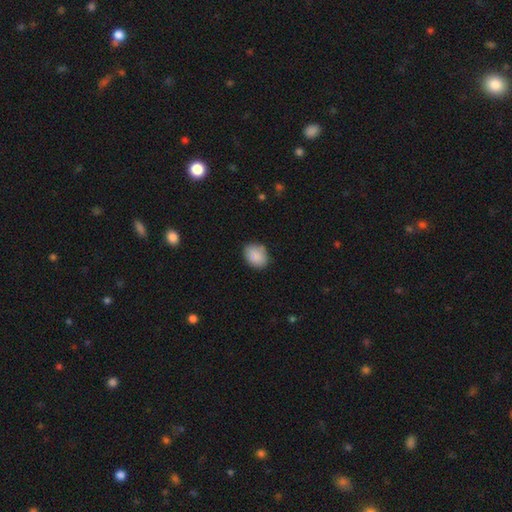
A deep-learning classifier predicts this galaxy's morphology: smooth-or-featured: smooth: 88% | star or artifact: 7% | featured or disk: 5%
  how-rounded: in between: 60% | round: 39% | cigar-shaped: 1%
  merging: none: 79% | minor disturbance: 17% | major disturbance: 3% | merger: 2%